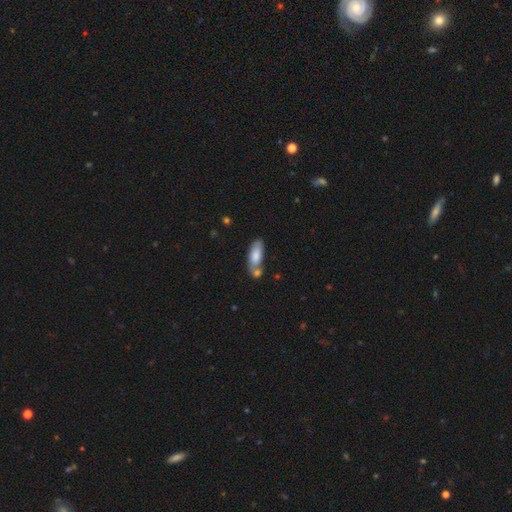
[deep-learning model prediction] Smooth or featured: smooth — 76% (featured or disk — 18%)
How rounded: in between — 74% (cigar-shaped — 24%)
Merging: none — 47% (merger — 30%)